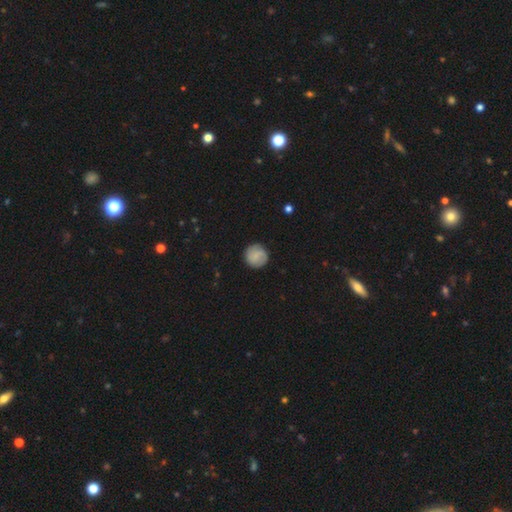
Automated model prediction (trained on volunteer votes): This is likely a smooth galaxy (66%). How rounded: clearly round (93%). Merging: clearly none (86%).